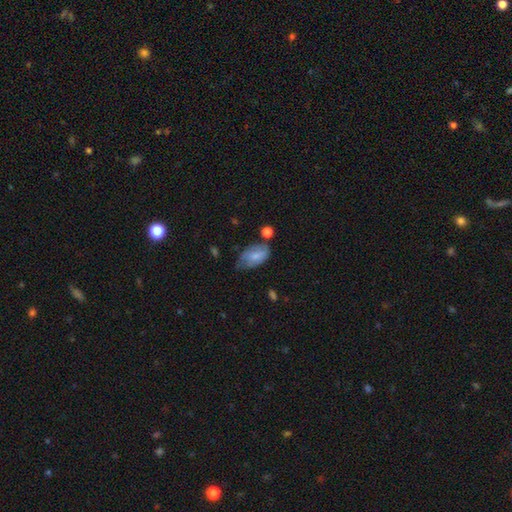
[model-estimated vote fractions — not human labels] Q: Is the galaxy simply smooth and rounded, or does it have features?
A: smooth — 67%.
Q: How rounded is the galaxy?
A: in between — 92%.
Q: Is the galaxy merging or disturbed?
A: none — 42%.